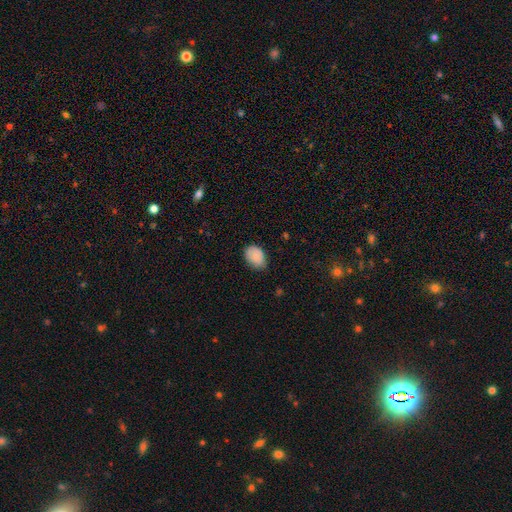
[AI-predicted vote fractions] smooth_or_featured: smooth (p=0.87) [alt: star or artifact p=0.08]
how_rounded: in between (p=0.78) [alt: round p=0.21]
merging: none (p=0.68) [alt: minor disturbance p=0.26]